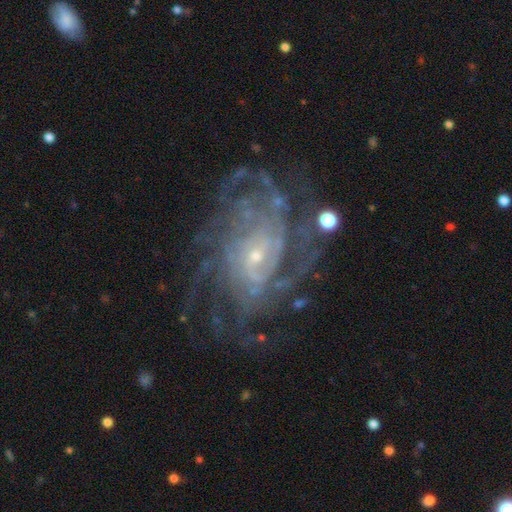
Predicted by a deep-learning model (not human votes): smooth-or-featured: featured or disk: 88% | star or artifact: 7% | smooth: 5%
  disk-edge-on: no: 97% | yes: 3%
    bar: no: 63% | weak: 29% | strong: 8%
    has-spiral-arms: yes: 95% | no: 5%
      spiral-winding: tight: 62% | medium: 29% | loose: 9%
      spiral-arm-count: can't tell: 32% | more than 4: 22% | 4: 19% | 3: 10% | 2: 9% | 1: 7%
    bulge-size: small: 80% | moderate: 15% | none: 2% | large: 1% | dominant: 1%
  merging: none: 71% | minor disturbance: 16% | major disturbance: 11% | merger: 2%